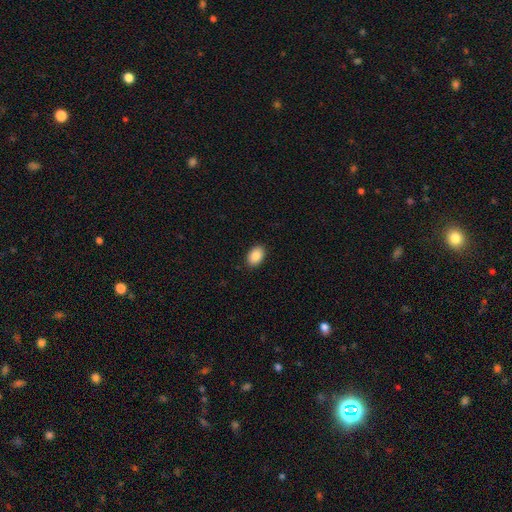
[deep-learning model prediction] smooth-or-featured: smooth: 89% | star or artifact: 7% | featured or disk: 4%
  how-rounded: in between: 87% | round: 12% | cigar-shaped: 1%
  merging: none: 90% | minor disturbance: 7% | major disturbance: 2% | merger: 1%